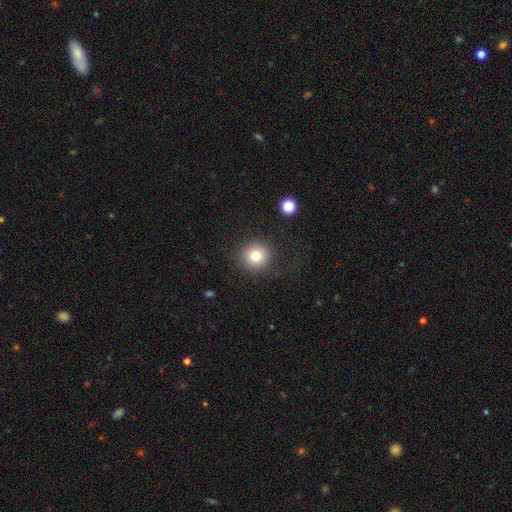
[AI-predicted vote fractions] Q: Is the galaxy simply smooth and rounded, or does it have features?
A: smooth — 78%.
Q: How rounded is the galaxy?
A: round — 93%.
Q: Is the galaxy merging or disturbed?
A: none — 86%.